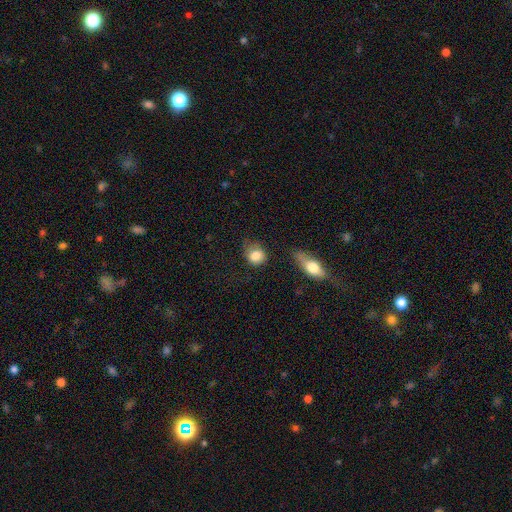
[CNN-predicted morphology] Smooth or featured? Predicted: smooth (p=0.83). How rounded? Predicted: round (p=0.63). Merging? Predicted: none (p=0.53).